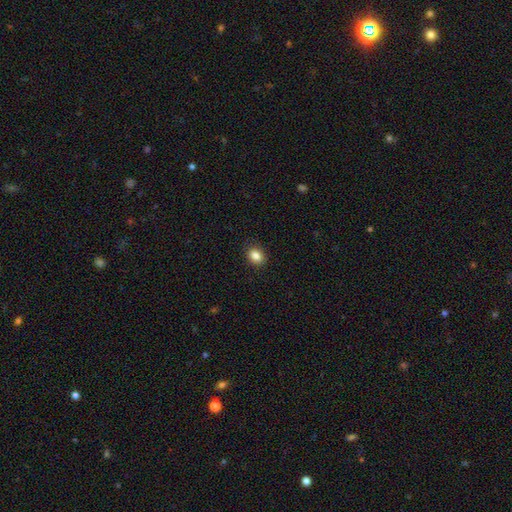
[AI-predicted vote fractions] A smooth galaxy with no disk features (86%) that is in between round and cigar-shaped (56%).

Vote fractions:
- Smooth or featured? smooth: 86% / star or artifact: 10% / featured or disk: 5%
- How rounded? in between: 56% / round: 43% / cigar-shaped: 1%
- Merging? none: 89% / minor disturbance: 8% / major disturbance: 2% / merger: 1%